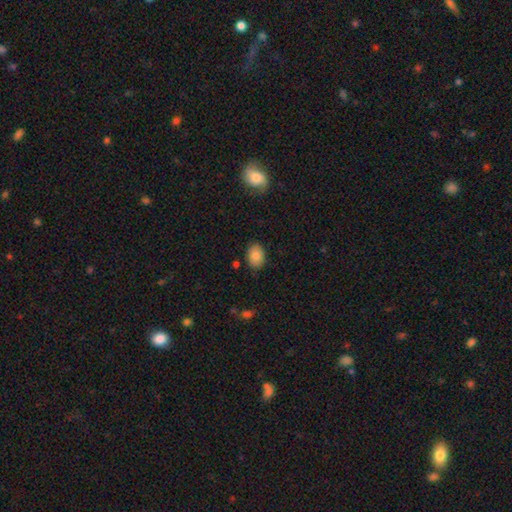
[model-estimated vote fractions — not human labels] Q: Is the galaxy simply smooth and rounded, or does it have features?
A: smooth — 85%.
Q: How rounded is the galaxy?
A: in between — 75%.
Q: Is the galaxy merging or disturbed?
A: none — 86%.